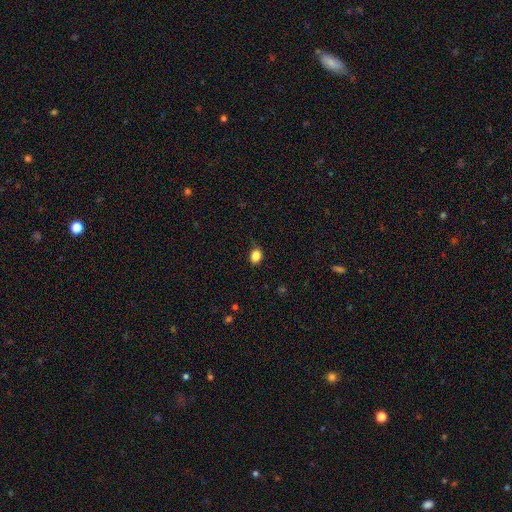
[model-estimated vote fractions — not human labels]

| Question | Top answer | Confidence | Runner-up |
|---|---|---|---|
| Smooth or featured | smooth | 86% | star or artifact (10%) |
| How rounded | in between | 63% | round (36%) |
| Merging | none | 79% | minor disturbance (16%) |